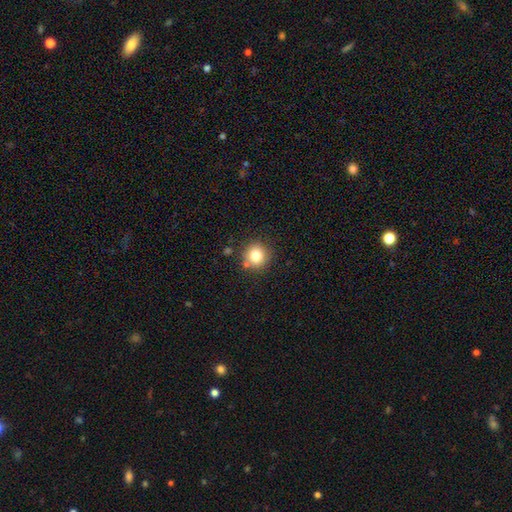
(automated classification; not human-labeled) This appears to be a smooth galaxy with no disk features (81%) that is round (91%). Merging: none (81%).